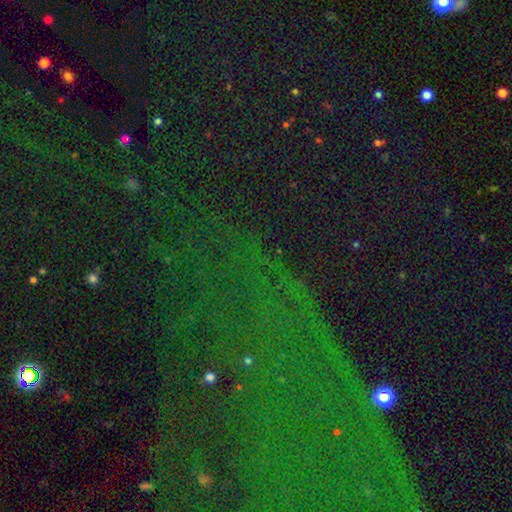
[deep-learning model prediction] smooth_or_featured: star or artifact (p=0.83) [alt: smooth p=0.09]